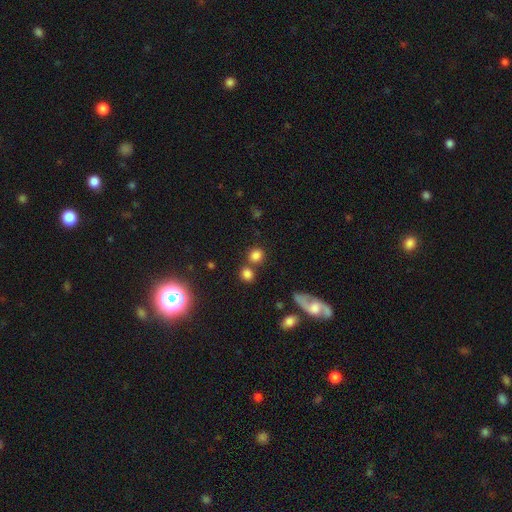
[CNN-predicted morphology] Smooth or featured? smooth (80%)
How rounded? round (85%)
Merging? none (65%)